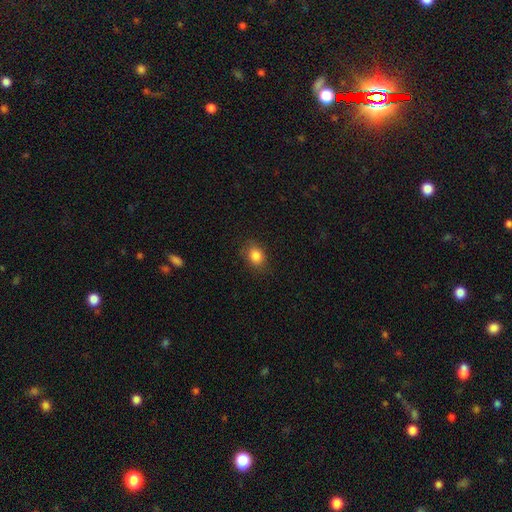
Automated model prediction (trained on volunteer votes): smooth-or-featured: smooth: 85% | star or artifact: 10% | featured or disk: 5%
  how-rounded: in between: 56% | round: 43% | cigar-shaped: 1%
  merging: none: 81% | minor disturbance: 14% | major disturbance: 4% | merger: 1%